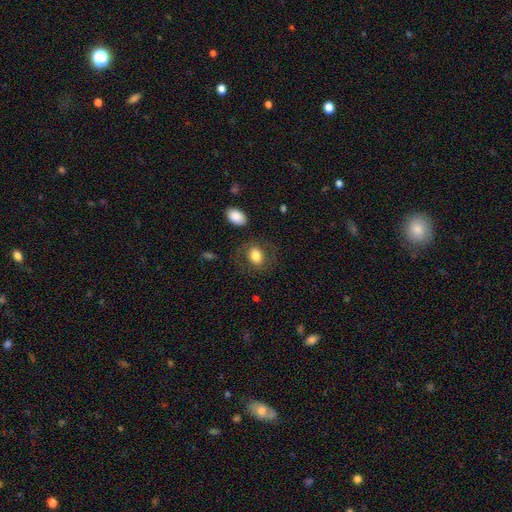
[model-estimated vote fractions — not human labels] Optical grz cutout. It shows a smooth galaxy with no disk features (75%) that is in between round and cigar-shaped (62%). Merging: none (73%).